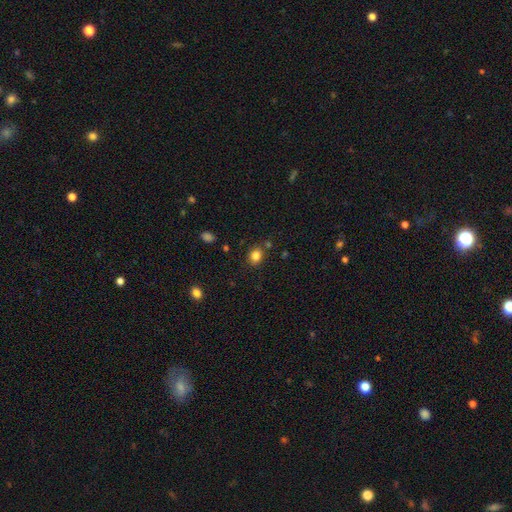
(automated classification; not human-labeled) Smooth or featured? smooth (82%)
How rounded? round (52%)
Merging? none (79%)